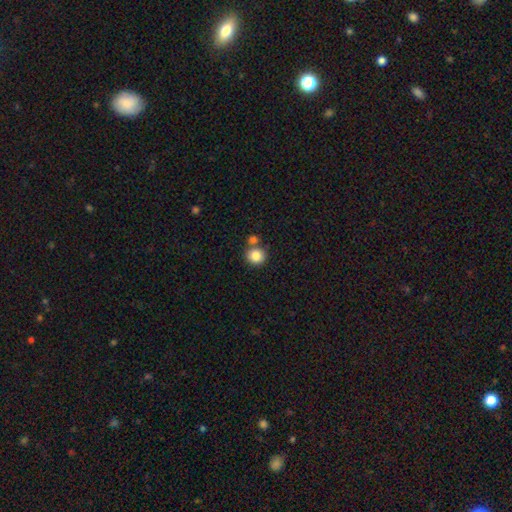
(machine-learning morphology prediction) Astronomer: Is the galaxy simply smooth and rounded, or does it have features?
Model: smooth — 84%.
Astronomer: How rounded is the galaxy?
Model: round — 89%.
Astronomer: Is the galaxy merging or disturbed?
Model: none — 65%.